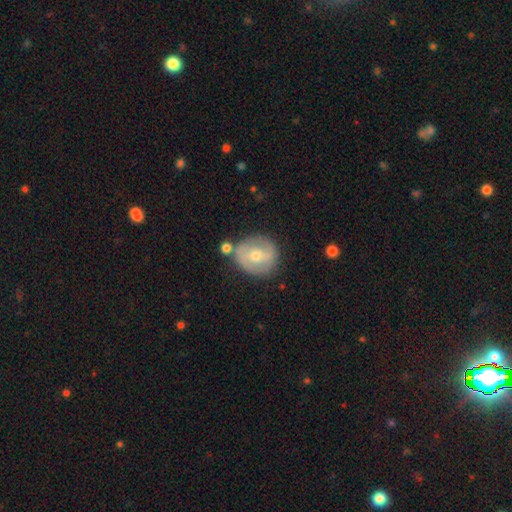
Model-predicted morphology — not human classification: A featured or disk galaxy (54%) with a weak bar (41%), spiral arms (50%, tied with no) and a moderate central bulge (57%). Merging: none (70%).